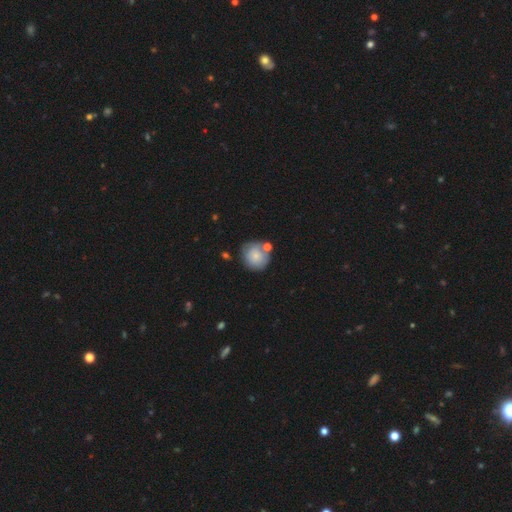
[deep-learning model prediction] Smooth or featured?
  - smooth: 75% *
  - featured or disk: 17%
  - star or artifact: 7%
How rounded?
  - round: 90% *
  - in between: 9%
  - cigar-shaped: 1%
Merging?
  - none: 63% *
  - minor disturbance: 17%
  - merger: 16%
  - major disturbance: 5%